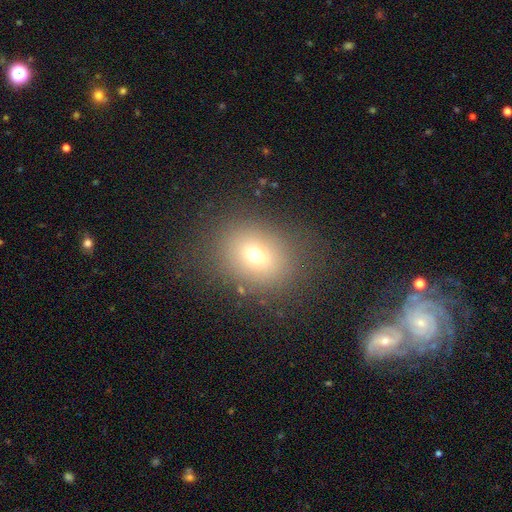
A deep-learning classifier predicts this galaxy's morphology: Smooth or featured? smooth (68%)
How rounded? round (62%)
Merging? none (81%)